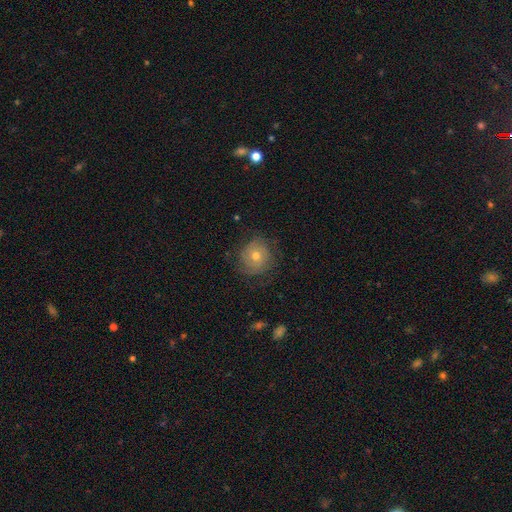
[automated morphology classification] The model was most divided on "smooth or featured": smooth: 46%, featured or disk: 44%, star or artifact: 10%. More confident: merging — none (72%).